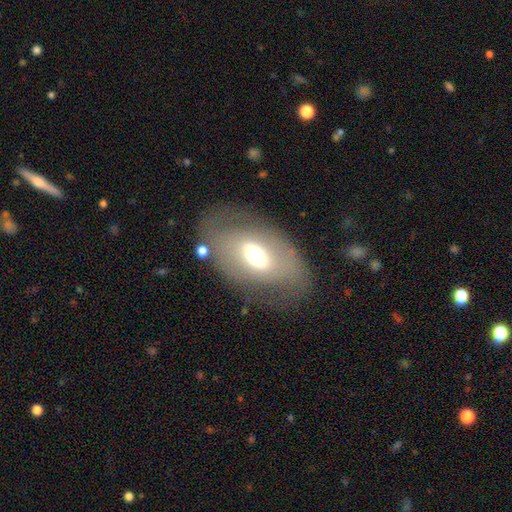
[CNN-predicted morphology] featured or disk 53%, smooth 38%, star or artifact 9%. Down the decision tree: edge-on disk — no (89%); merging — none (65%).